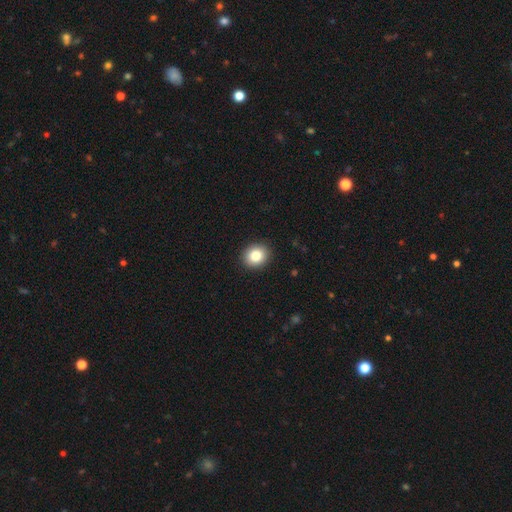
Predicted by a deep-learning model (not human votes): This appears to be a smooth galaxy with no disk features (84%) that is round (71%). Merging: none (92%).